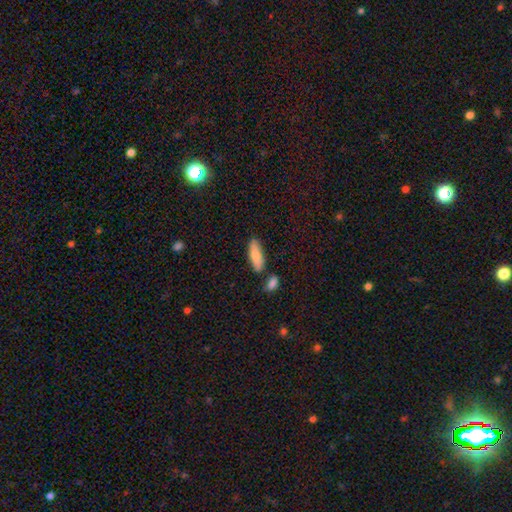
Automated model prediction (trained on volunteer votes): smooth_or_featured: smooth (p=0.82) [alt: featured or disk p=0.12]
how_rounded: in between (p=0.52) [alt: cigar-shaped p=0.46]
merging: none (p=0.73) [alt: minor disturbance p=0.15]